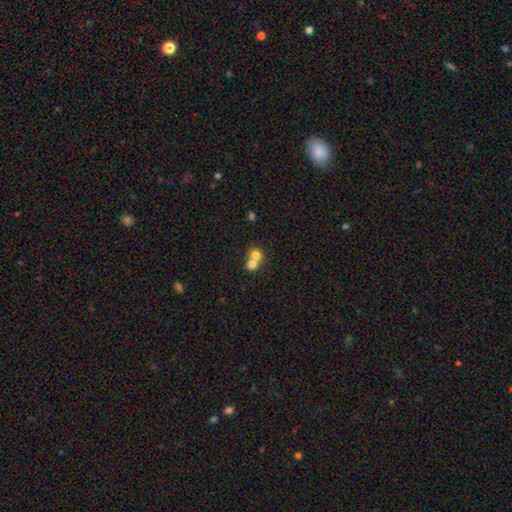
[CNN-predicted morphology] This is likely a smooth galaxy (74%). How rounded: likely round (76%). Merging: likely merger (69%).